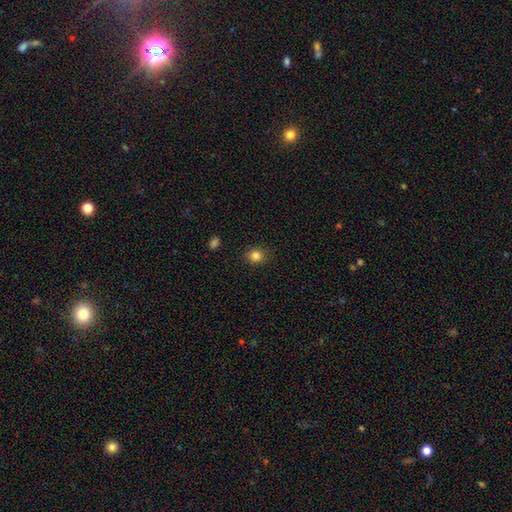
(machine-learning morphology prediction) This appears to be a smooth galaxy with no disk features (83%) that is round (83%). Merging: none (89%).